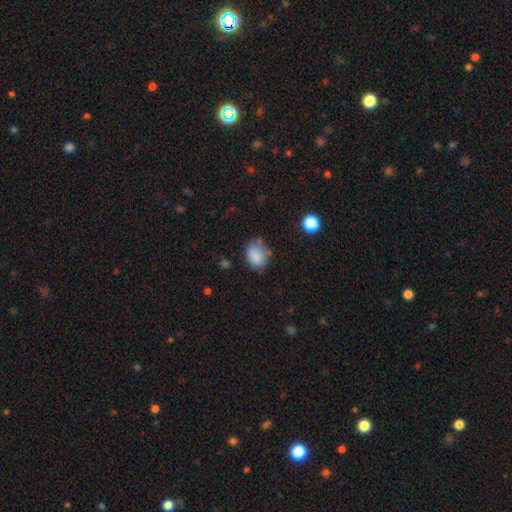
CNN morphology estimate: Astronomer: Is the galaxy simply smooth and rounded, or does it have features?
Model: smooth — 82%.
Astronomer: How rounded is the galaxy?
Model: in between — 59% (runner-up: round, 40%).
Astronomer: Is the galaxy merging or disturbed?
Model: none — 59%.